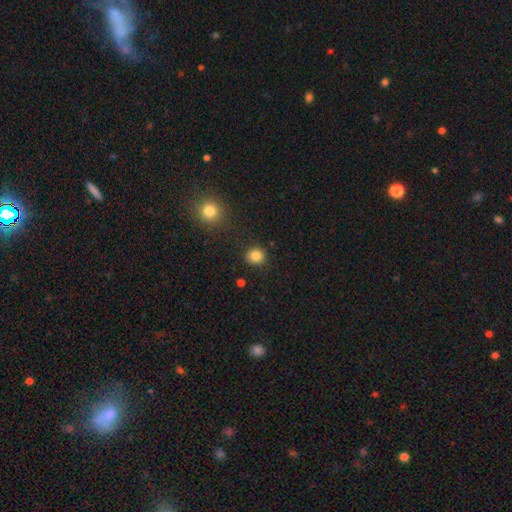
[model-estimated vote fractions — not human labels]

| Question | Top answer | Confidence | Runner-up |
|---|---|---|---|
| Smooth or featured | smooth | 84% | star or artifact (11%) |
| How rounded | round | 85% | in between (14%) |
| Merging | none | 90% | minor disturbance (6%) |